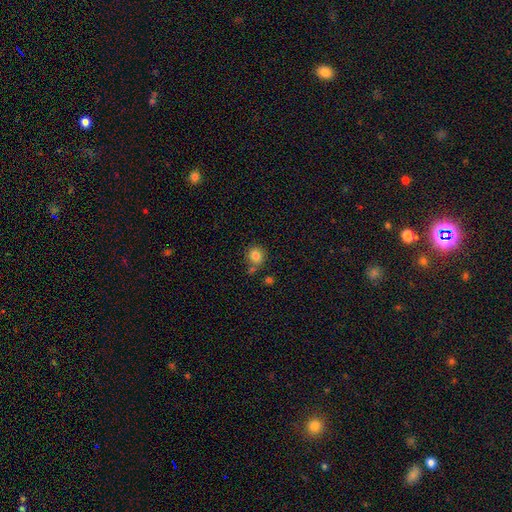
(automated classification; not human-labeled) smooth_or_featured: smooth (p=0.84) [alt: star or artifact p=0.10]
how_rounded: round (p=0.76) [alt: in between p=0.23]
merging: none (p=0.67) [alt: minor disturbance p=0.15]